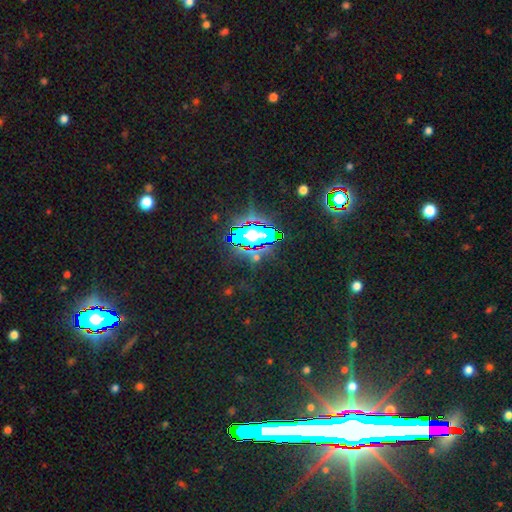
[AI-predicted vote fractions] Smooth or featured? Predicted: star or artifact (p=0.74).